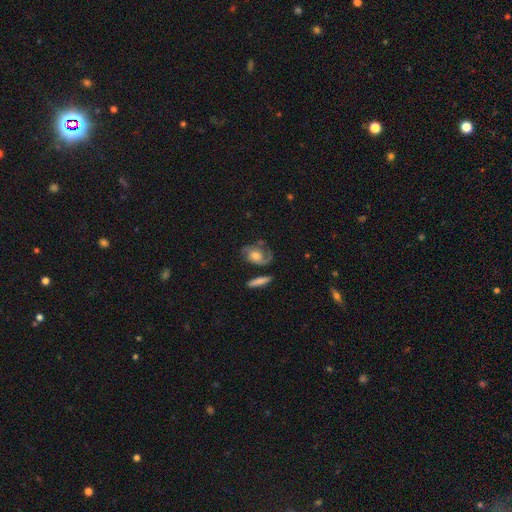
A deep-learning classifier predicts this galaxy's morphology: Smooth or featured? Predicted: featured or disk (p=0.62). Edge-on disk? Predicted: no (p=0.94). Bar? Predicted: no (p=0.73). Spiral arms? Predicted: yes (p=0.86). Spiral winding? Predicted: medium (p=0.45). Spiral arm count? Predicted: 2 (p=0.64). Bulge size? Predicted: moderate (p=0.50). Merging? Predicted: none (p=0.56).